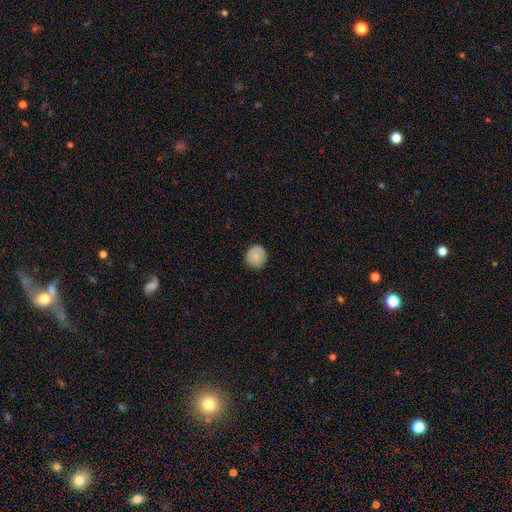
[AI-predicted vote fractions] Smooth or featured: smooth — 79% (featured or disk — 14%)
How rounded: round — 94% (in between — 5%)
Merging: none — 88% (minor disturbance — 9%)